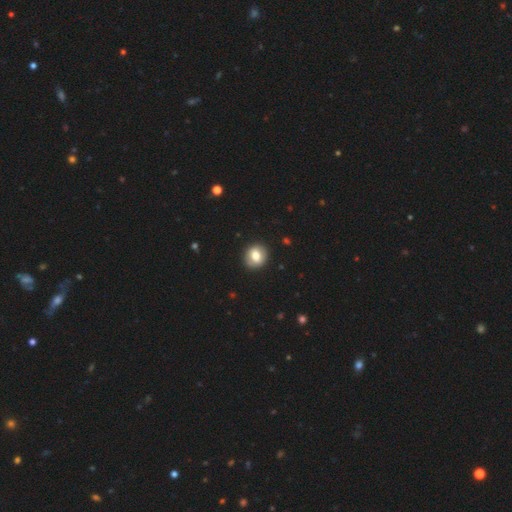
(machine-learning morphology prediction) Smooth or featured? Predicted: smooth (p=0.75). How rounded? Predicted: round (p=0.74). Merging? Predicted: none (p=0.88).